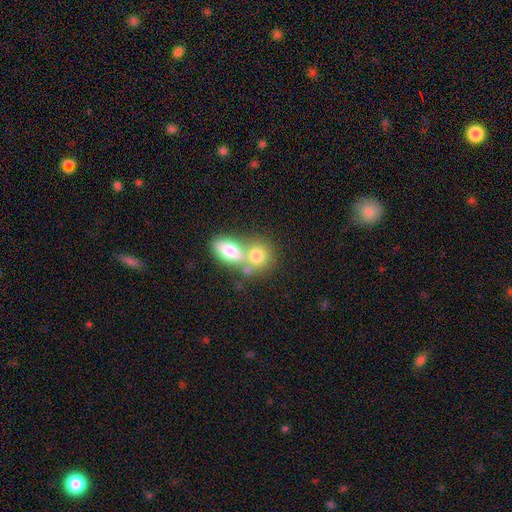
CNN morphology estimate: Q: Smooth or featured?
A: smooth (69%); runner-up: featured or disk (18%)
Q: How rounded?
A: in between (56%); runner-up: round (41%)
Q: Merging?
A: merger (65%); runner-up: none (25%)